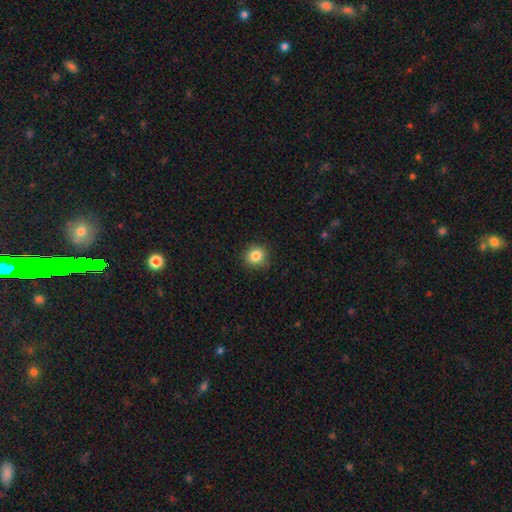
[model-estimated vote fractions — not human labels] This appears to be a smooth galaxy with no disk features (85%) that is round (83%). Merging: none (87%).